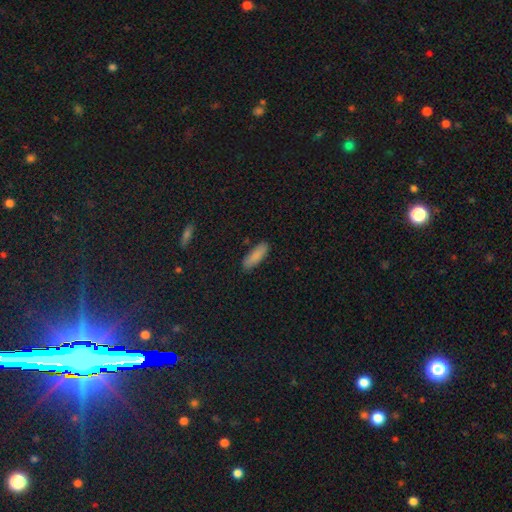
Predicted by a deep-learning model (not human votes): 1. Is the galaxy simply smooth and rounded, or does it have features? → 87% smooth, 7% star or artifact, 7% featured or disk.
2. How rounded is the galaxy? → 54% in between, 45% cigar-shaped, 2% round.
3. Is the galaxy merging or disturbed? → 85% none, 11% minor disturbance, 2% major disturbance, 2% merger.